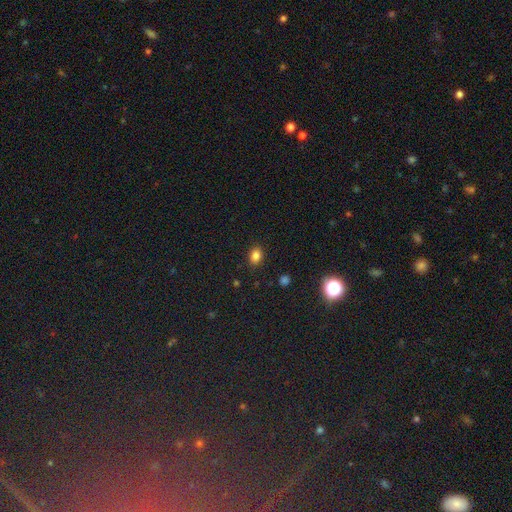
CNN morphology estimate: Smooth or featured?
  - smooth: 84% *
  - star or artifact: 12%
  - featured or disk: 4%
How rounded?
  - in between: 66% *
  - round: 33%
  - cigar-shaped: 1%
Merging?
  - none: 87% *
  - minor disturbance: 9%
  - major disturbance: 2%
  - merger: 1%